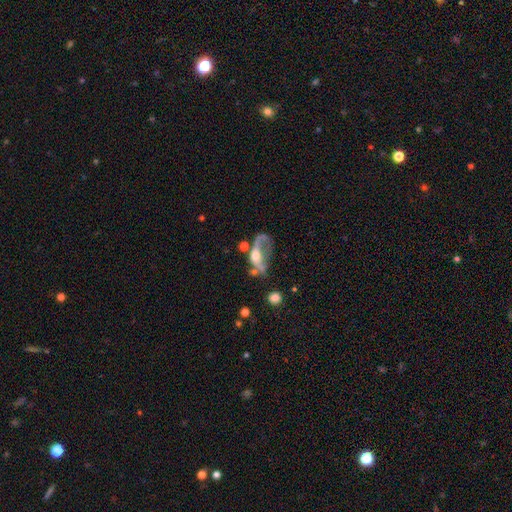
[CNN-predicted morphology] This appears to be a featured or disk galaxy (58%). Merging: major disturbance (48%).